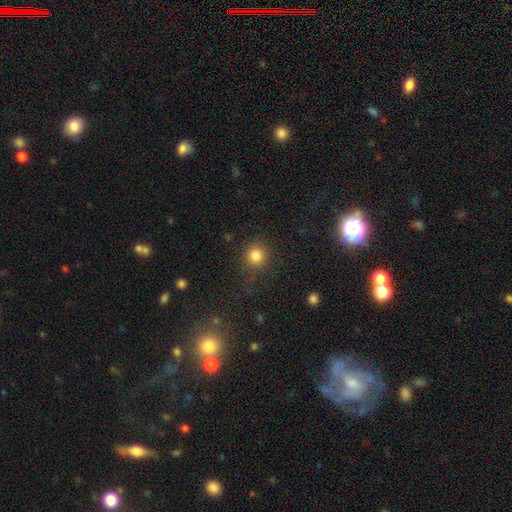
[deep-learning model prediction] Smooth or featured: smooth — 83% (star or artifact — 12%)
How rounded: round — 91% (in between — 8%)
Merging: none — 83% (minor disturbance — 10%)